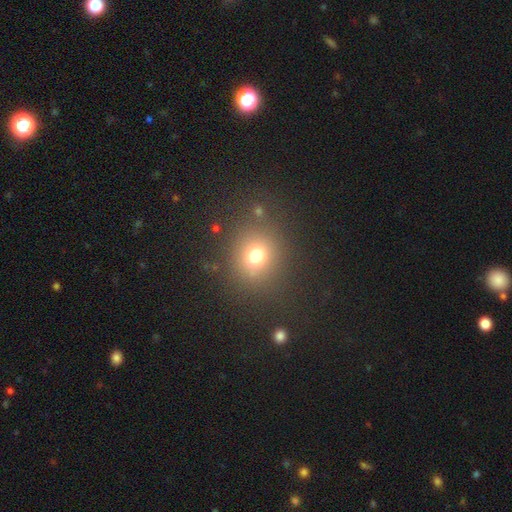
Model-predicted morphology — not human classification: type=smooth (73%); roundness=round (83%); merging=none (81%).